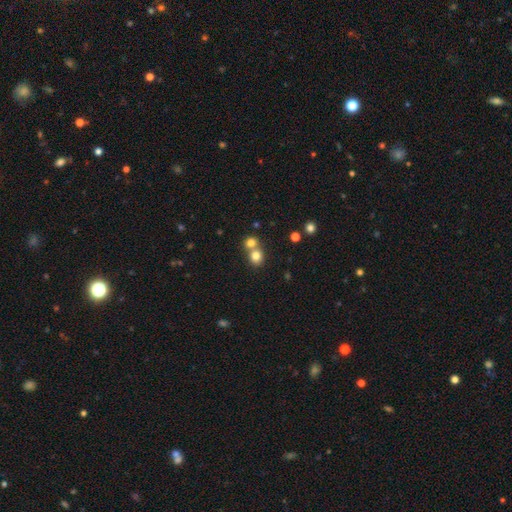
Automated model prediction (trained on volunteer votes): This is likely a smooth galaxy (79%). How rounded: likely round (80%). Merging: possibly merger (51%).